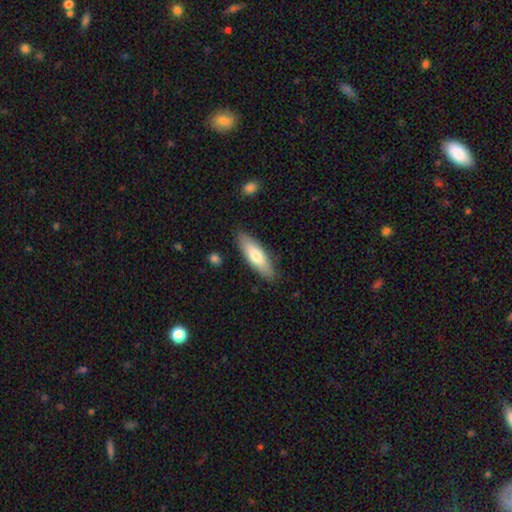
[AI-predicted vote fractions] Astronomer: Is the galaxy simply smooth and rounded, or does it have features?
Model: smooth — 71%.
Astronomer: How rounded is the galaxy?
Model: cigar-shaped — 51% (runner-up: in between, 47%).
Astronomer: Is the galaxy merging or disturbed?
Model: none — 86%.